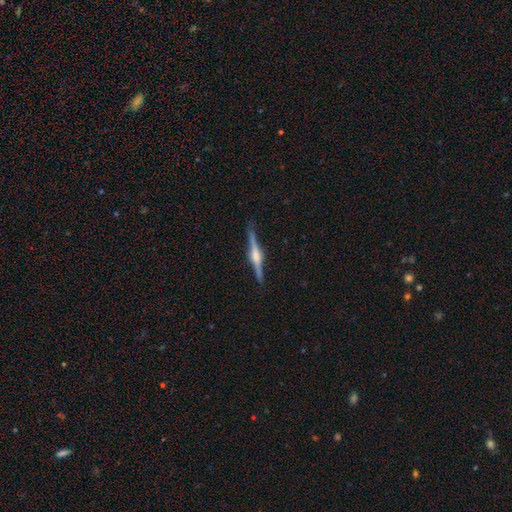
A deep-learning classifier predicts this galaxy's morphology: This is clearly a featured or disk galaxy (81%). It is clearly viewed edge-on (98%). Edge-on bulge: clearly rounded (83%). Merging: clearly none (88%).